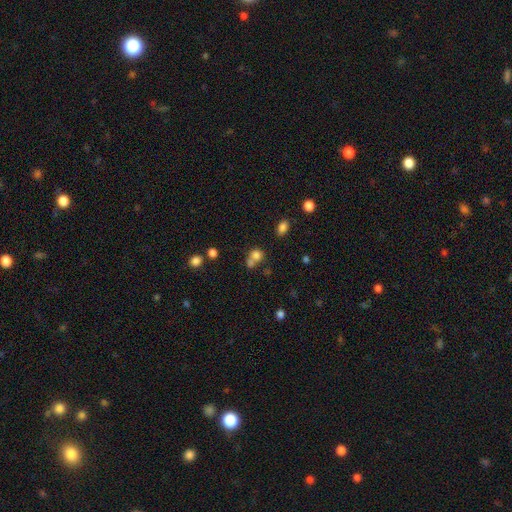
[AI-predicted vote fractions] This is likely a smooth galaxy (76%). How rounded: likely round (72%). Merging: possibly merger (47%).